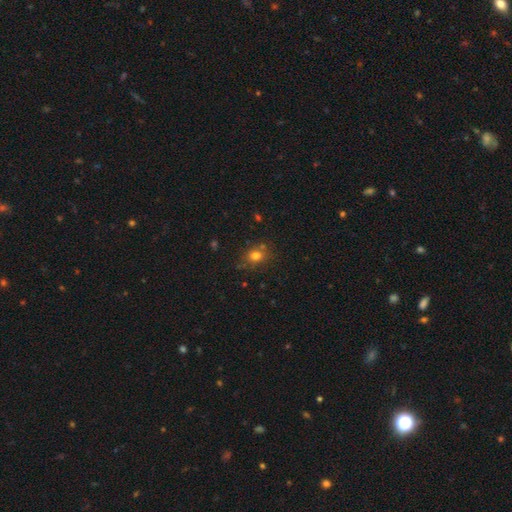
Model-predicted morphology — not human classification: This appears to be a smooth galaxy with no disk features (76%) that is round (60%). Merging: none (72%).